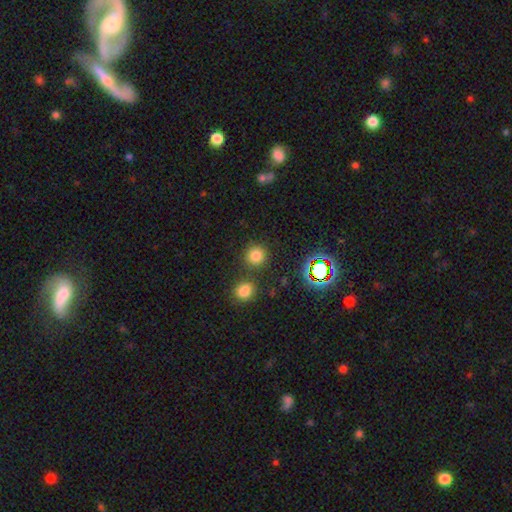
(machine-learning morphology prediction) A smooth galaxy with no disk features (76%) that is round (92%).

Vote fractions:
- Smooth or featured? smooth: 76% / star or artifact: 19% / featured or disk: 6%
- How rounded? round: 92% / in between: 7% / cigar-shaped: 1%
- Merging? none: 82% / merger: 8% / minor disturbance: 7% / major disturbance: 3%